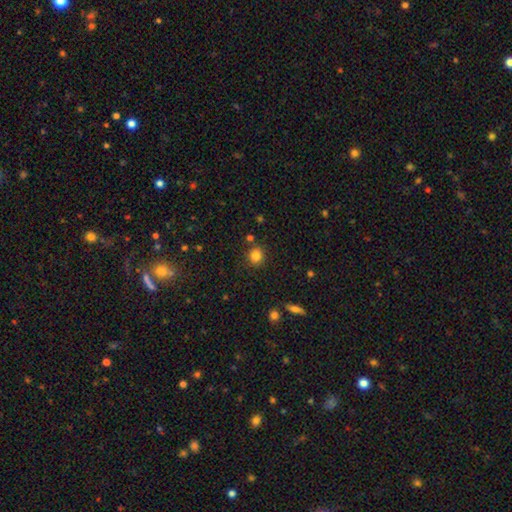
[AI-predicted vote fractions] smooth-or-featured: smooth: 83% | star or artifact: 12% | featured or disk: 5%
  how-rounded: round: 83% | in between: 16% | cigar-shaped: 1%
  merging: none: 83% | minor disturbance: 10% | merger: 4% | major disturbance: 3%